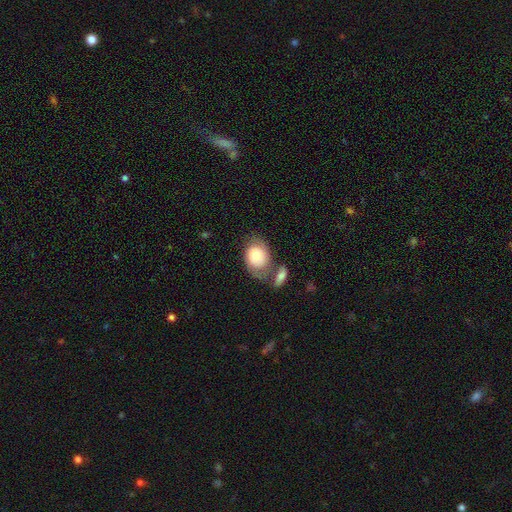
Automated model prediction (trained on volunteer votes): The model was most divided on "merging": none: 40%, merger: 28%, minor disturbance: 20%, major disturbance: 12%. More confident: smooth or featured — smooth (66%); how rounded — in between (64%).